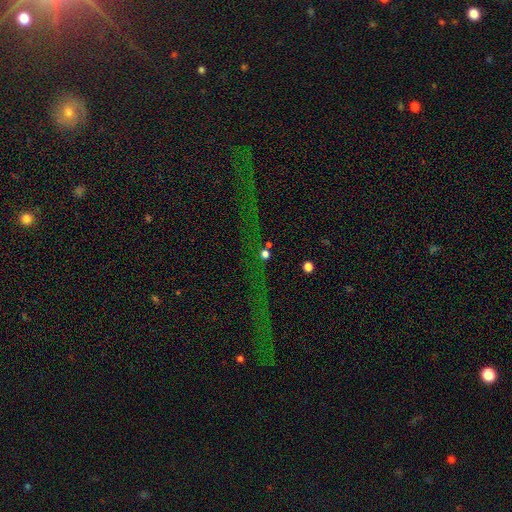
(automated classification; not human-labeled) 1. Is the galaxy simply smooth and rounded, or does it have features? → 75% star or artifact, 13% featured or disk, 12% smooth.